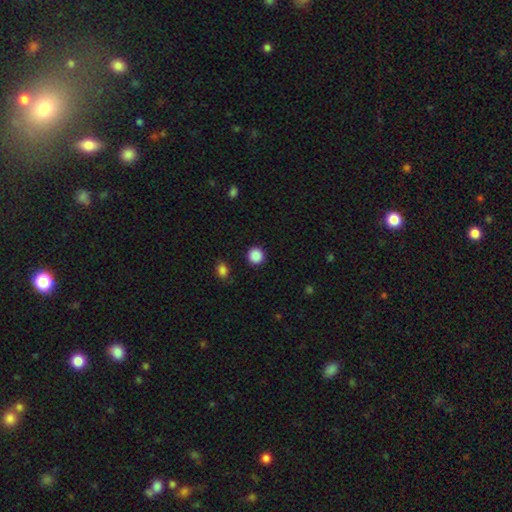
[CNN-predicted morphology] smooth_or_featured: smooth (p=0.88) [alt: star or artifact p=0.09]
how_rounded: round (p=0.94) [alt: in between p=0.05]
merging: none (p=0.92) [alt: minor disturbance p=0.05]